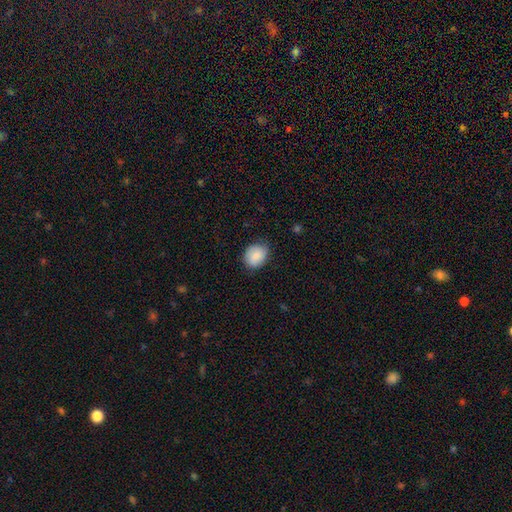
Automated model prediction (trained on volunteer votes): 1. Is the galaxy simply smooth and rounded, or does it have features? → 82% smooth, 11% featured or disk, 7% star or artifact.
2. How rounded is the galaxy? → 51% round, 48% in between, 1% cigar-shaped.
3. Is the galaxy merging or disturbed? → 73% none, 22% minor disturbance, 4% major disturbance, 1% merger.